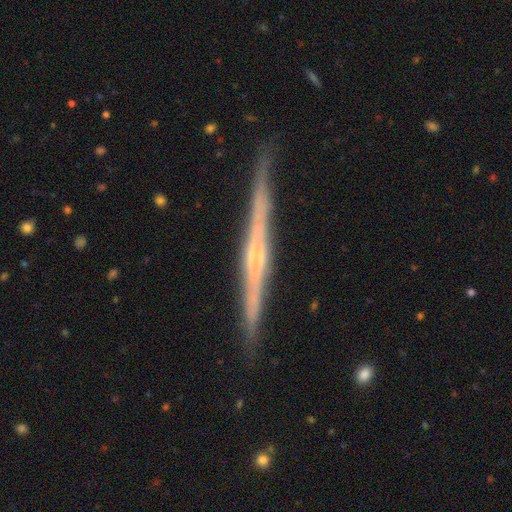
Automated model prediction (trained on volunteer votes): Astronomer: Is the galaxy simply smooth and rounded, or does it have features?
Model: featured or disk — 81%.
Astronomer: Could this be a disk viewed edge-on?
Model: yes — 98%.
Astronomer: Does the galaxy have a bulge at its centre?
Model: rounded — 46% (runner-up: none, 37%).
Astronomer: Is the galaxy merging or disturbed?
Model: none — 89%.